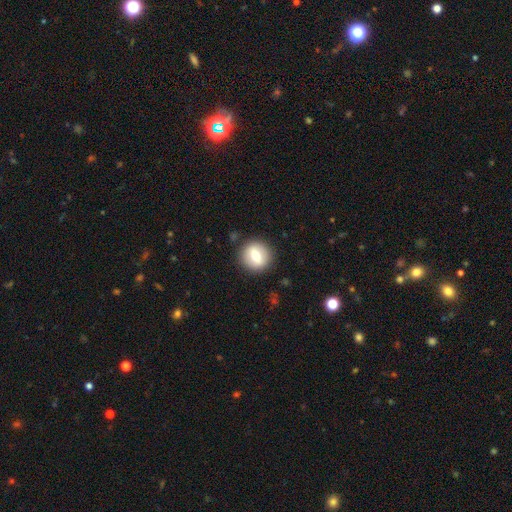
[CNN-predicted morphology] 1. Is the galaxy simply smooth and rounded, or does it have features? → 61% smooth, 31% featured or disk, 8% star or artifact.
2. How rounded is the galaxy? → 86% round, 13% in between, 1% cigar-shaped.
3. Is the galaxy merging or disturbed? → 88% none, 8% minor disturbance, 3% major disturbance, 1% merger.